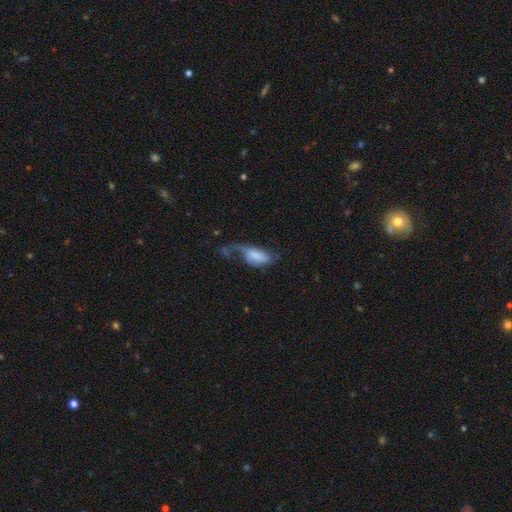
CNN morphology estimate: Smooth or featured?
  - smooth: 50% *
  - featured or disk: 42%
  - star or artifact: 8%
Merging?
  - major disturbance: 54% *
  - none: 19%
  - minor disturbance: 19%
  - merger: 8%